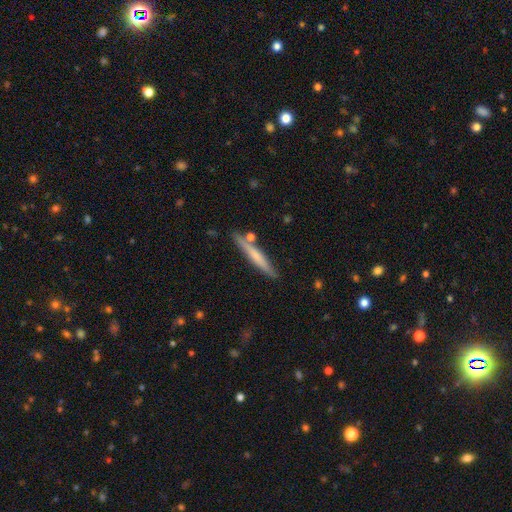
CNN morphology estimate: Q: Smooth or featured?
A: smooth (55%); runner-up: featured or disk (39%)
Q: How rounded?
A: cigar-shaped (95%); runner-up: in between (4%)
Q: Merging?
A: none (81%); runner-up: minor disturbance (11%)